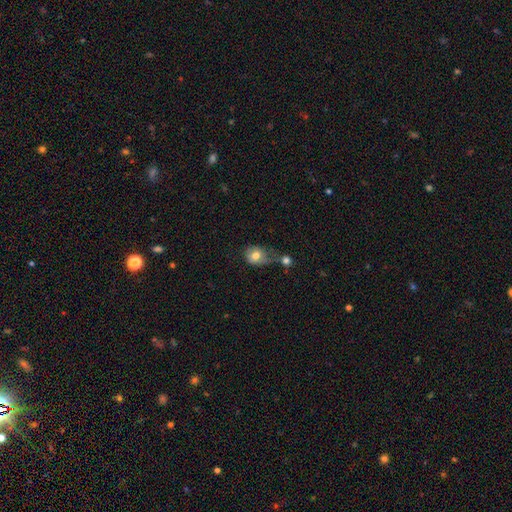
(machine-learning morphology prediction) smooth-or-featured: smooth: 75% | featured or disk: 17% | star or artifact: 8%
  how-rounded: round: 58% | in between: 41% | cigar-shaped: 1%
  merging: merger: 31% | none: 29% | minor disturbance: 22% | major disturbance: 17%